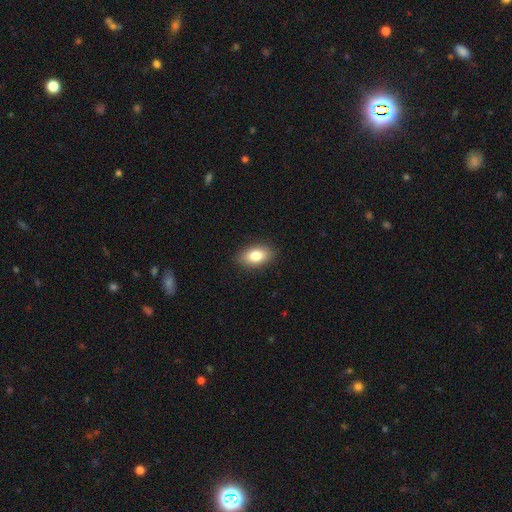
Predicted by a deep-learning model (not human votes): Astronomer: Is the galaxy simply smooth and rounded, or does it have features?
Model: smooth — 82%.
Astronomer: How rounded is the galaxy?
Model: in between — 90%.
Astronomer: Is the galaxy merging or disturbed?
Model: none — 88%.